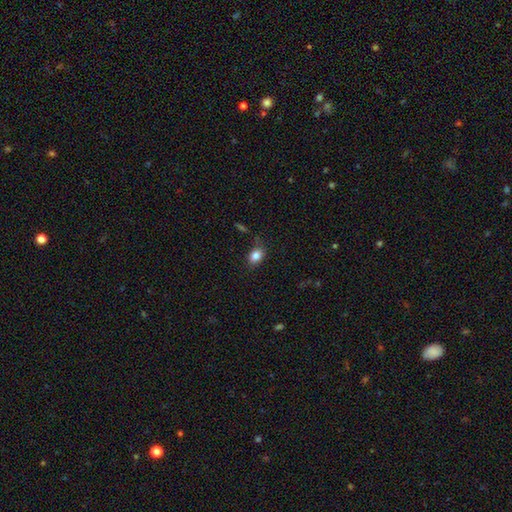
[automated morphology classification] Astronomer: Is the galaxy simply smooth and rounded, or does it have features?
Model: smooth — 84%.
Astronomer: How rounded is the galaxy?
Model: in between — 68%.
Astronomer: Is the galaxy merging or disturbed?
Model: none — 77%.